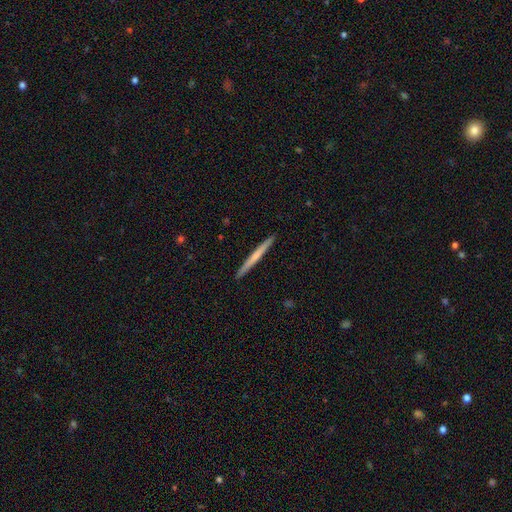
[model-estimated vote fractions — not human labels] smooth 50%, featured or disk 45%, star or artifact 5%. Down the decision tree: merging — none (93%).